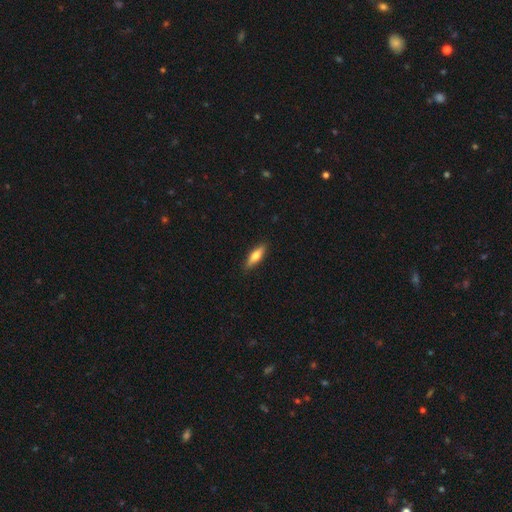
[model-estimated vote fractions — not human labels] Q: Smooth or featured?
A: smooth (64%); runner-up: featured or disk (30%)
Q: How rounded?
A: cigar-shaped (55%); runner-up: in between (43%)
Q: Merging?
A: none (88%); runner-up: minor disturbance (9%)